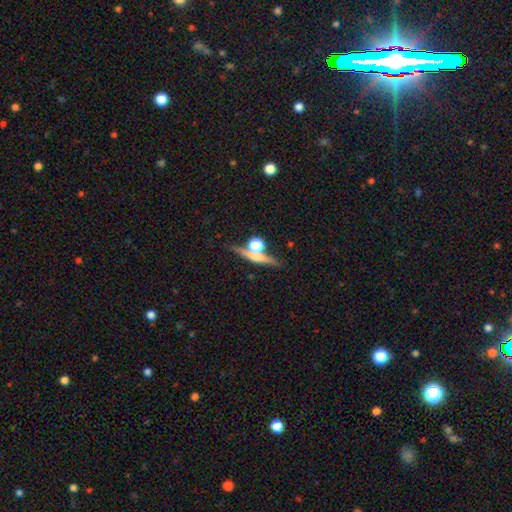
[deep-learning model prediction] Smooth or featured?
  - featured or disk: 45% *
  - smooth: 41%
  - star or artifact: 13%
Merging?
  - none: 63% *
  - merger: 22%
  - minor disturbance: 9%
  - major disturbance: 5%